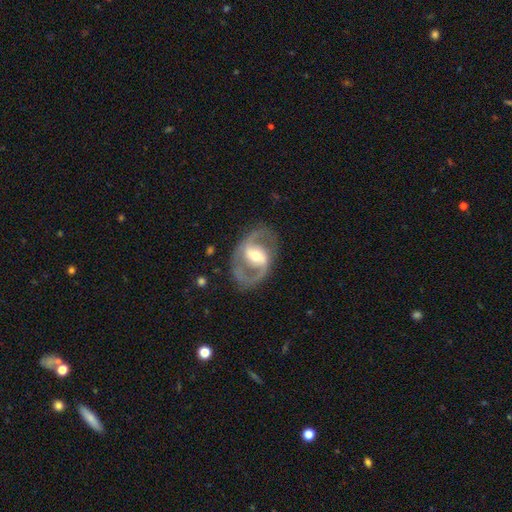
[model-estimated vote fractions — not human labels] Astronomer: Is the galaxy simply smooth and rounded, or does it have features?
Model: featured or disk — 88%.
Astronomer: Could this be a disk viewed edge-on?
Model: no — 97%.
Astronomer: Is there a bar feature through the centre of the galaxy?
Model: strong — 45% (runner-up: weak, 39%).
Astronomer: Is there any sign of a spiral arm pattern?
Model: yes — 92%.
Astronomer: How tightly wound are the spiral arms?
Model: medium — 58%.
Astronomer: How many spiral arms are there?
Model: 2 — 91%.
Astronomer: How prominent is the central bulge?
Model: moderate — 61%.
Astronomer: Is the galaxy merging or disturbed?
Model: none — 80%.